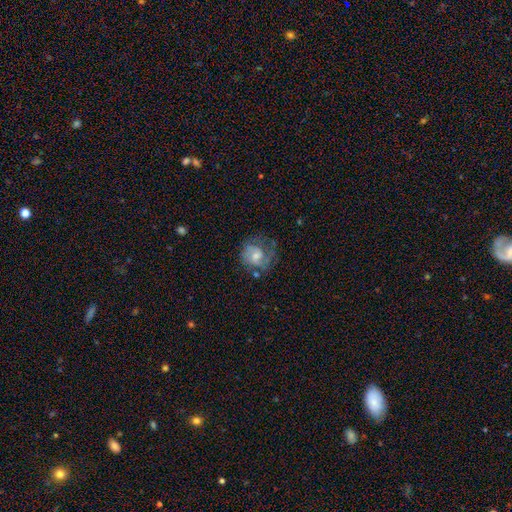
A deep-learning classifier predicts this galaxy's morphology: A featured or disk galaxy (63%) with no bar (54%), 2 (58%) medium (45%) spiral arms (85%) and a moderate central bulge (46%).

Vote fractions:
- Smooth or featured? featured or disk: 63% / smooth: 30% / star or artifact: 8%
- Edge-on disk? no: 98% / yes: 2%
- Bar? no: 54% / weak: 40% / strong: 6%
- Spiral arms? yes: 85% / no: 15%
- Spiral winding? medium: 45% / tight: 34% / loose: 21%
- Spiral arm count? 2: 58% / can't tell: 19% / 1: 14% / 3: 6% / 4: 2% / more than 4: 2%
- Bulge size? moderate: 46% / small: 40% / none: 7% / large: 5% / dominant: 1%
- Merging? none: 53% / minor disturbance: 24% / major disturbance: 18% / merger: 4%